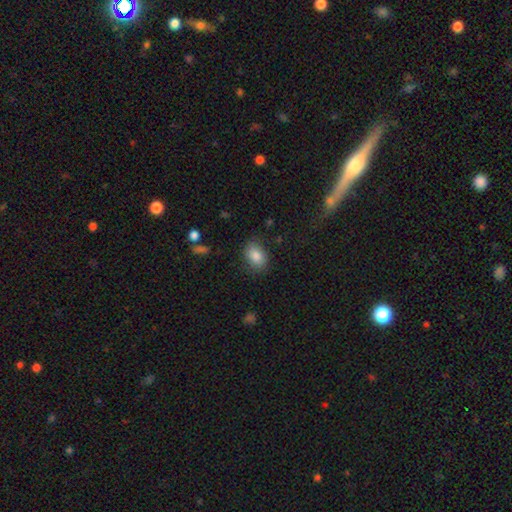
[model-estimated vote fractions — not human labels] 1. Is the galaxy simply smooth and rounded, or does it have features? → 85% smooth, 8% star or artifact, 7% featured or disk.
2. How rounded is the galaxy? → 76% in between, 23% round, 1% cigar-shaped.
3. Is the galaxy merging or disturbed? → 78% none, 16% minor disturbance, 4% major disturbance, 1% merger.